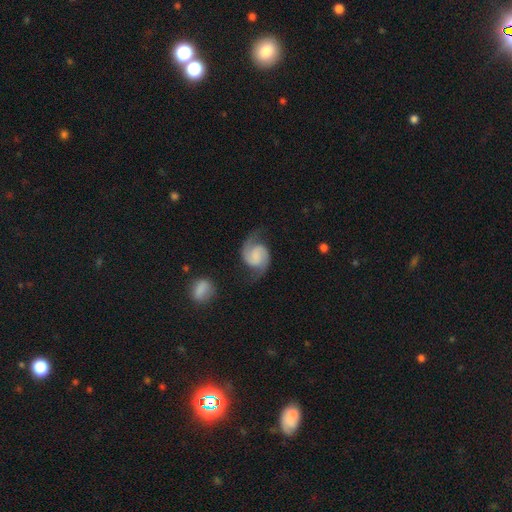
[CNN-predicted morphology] The model was most divided on "bar": no: 51%, weak: 39%, strong: 10%. More confident: edge-on disk — no (98%); spiral arms — yes (97%); spiral arm count — 2 (93%); smooth or featured — featured or disk (84%); merging — none (72%); bulge size — none (52%); spiral winding — medium (50%).